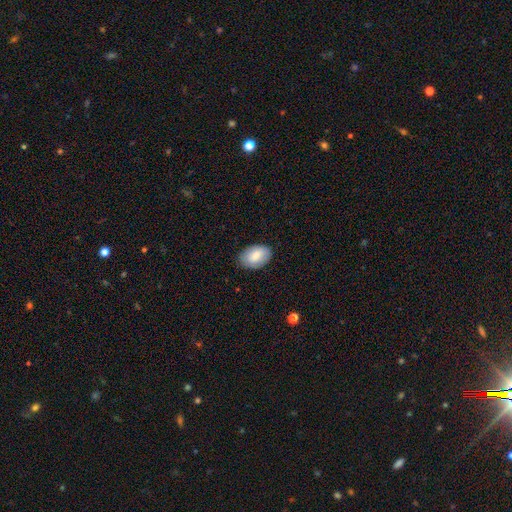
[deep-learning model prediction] smooth 75%, featured or disk 18%, star or artifact 6%. Down the decision tree: how rounded — in between (90%); merging — none (83%).